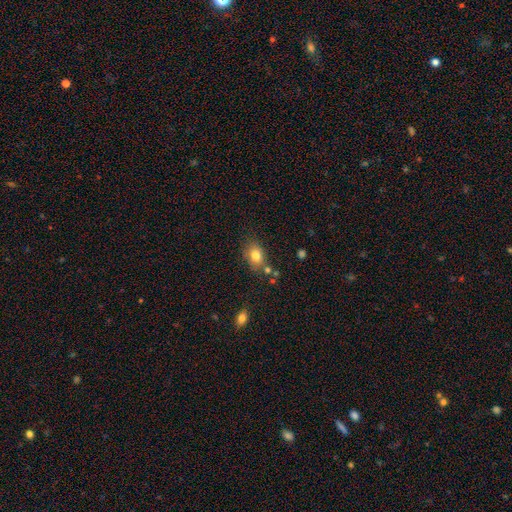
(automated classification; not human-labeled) smooth-or-featured: smooth: 79% | featured or disk: 10% | star or artifact: 10%
  how-rounded: in between: 69% | round: 30% | cigar-shaped: 1%
  merging: none: 70% | minor disturbance: 17% | merger: 8% | major disturbance: 5%